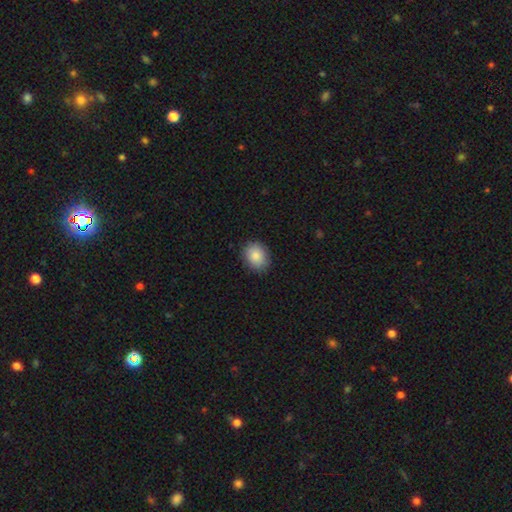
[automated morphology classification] Overall: smooth (86%). How rounded: round (54%; in between 45%). Merging: none (87%).